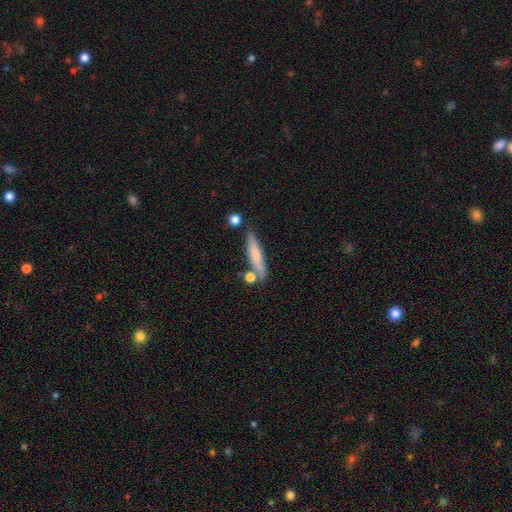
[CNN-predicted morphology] This is likely a smooth galaxy (67%). How rounded: clearly cigar-shaped (84%). Merging: likely none (72%).